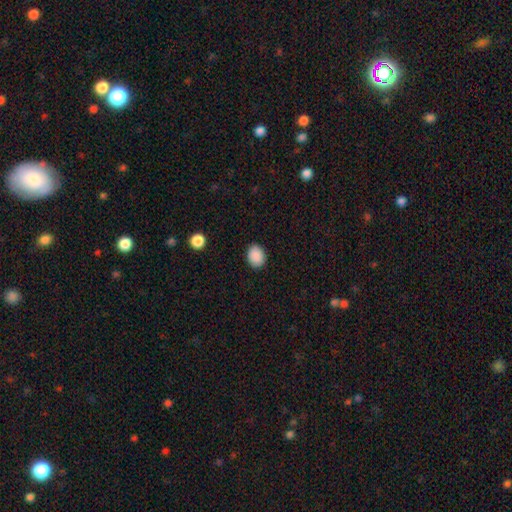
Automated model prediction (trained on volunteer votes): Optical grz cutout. It shows a smooth galaxy with no disk features (90%) that is in between round and cigar-shaped (61%). Merging: none (88%).